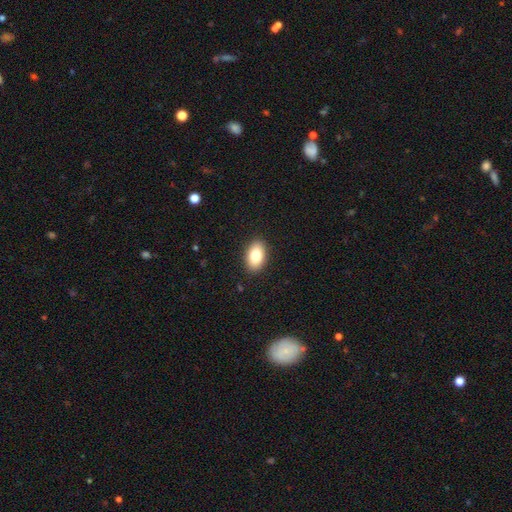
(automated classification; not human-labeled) Morphology: type=smooth (82%); roundness=in between (91%); merging=none (90%).